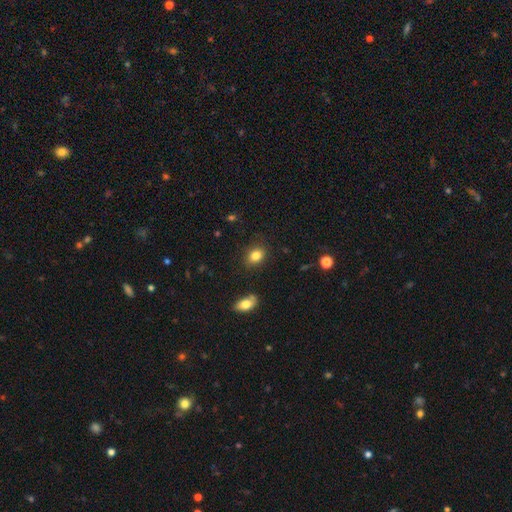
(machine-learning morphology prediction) smooth 83%, star or artifact 10%, featured or disk 7%. Down the decision tree: how rounded — in between (62%); merging — none (85%).